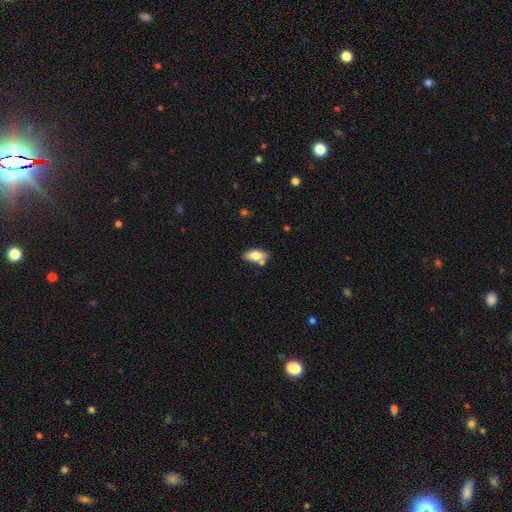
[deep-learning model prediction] This appears to be a smooth galaxy with no disk features (78%) that is in between round and cigar-shaped (91%). Merging: none (68%).